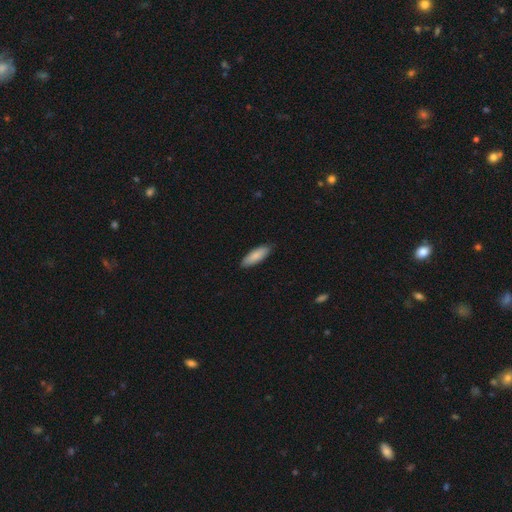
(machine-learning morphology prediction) This is clearly a smooth galaxy (85%). How rounded: possibly in between (59%). Merging: clearly none (86%).